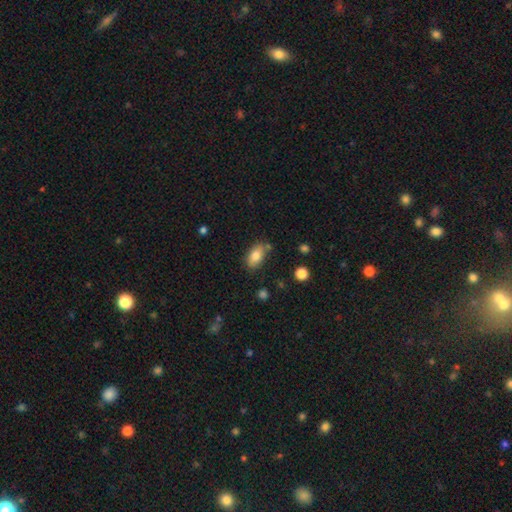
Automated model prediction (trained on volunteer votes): Smooth or featured: smooth — 80% (featured or disk — 12%)
How rounded: in between — 90% (round — 7%)
Merging: none — 72% (minor disturbance — 17%)